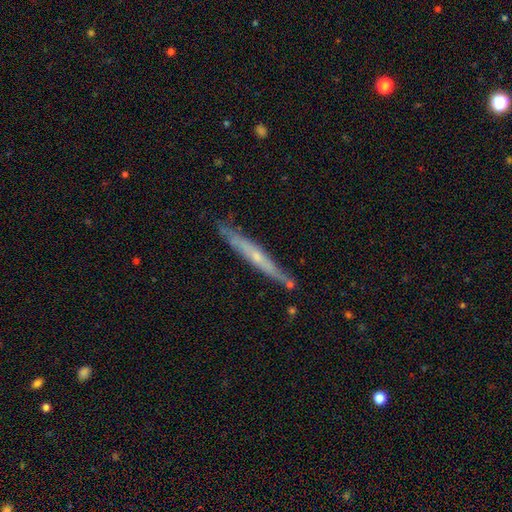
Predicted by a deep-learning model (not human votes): Q: Smooth or featured?
A: featured or disk (61%); runner-up: smooth (33%)
Q: Edge-on disk?
A: yes (91%); runner-up: no (9%)
Q: Edge-on bulge?
A: none (50%); runner-up: rounded (46%)
Q: Merging?
A: none (79%); runner-up: minor disturbance (15%)